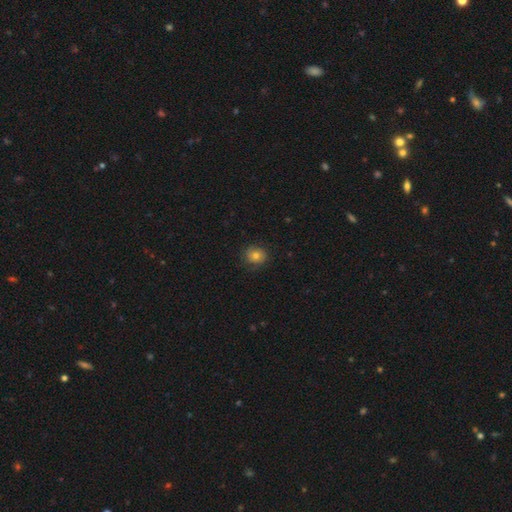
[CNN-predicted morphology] smooth-or-featured: smooth: 73% | featured or disk: 16% | star or artifact: 11%
  how-rounded: round: 80% | in between: 19% | cigar-shaped: 1%
  merging: none: 80% | minor disturbance: 14% | major disturbance: 5% | merger: 1%